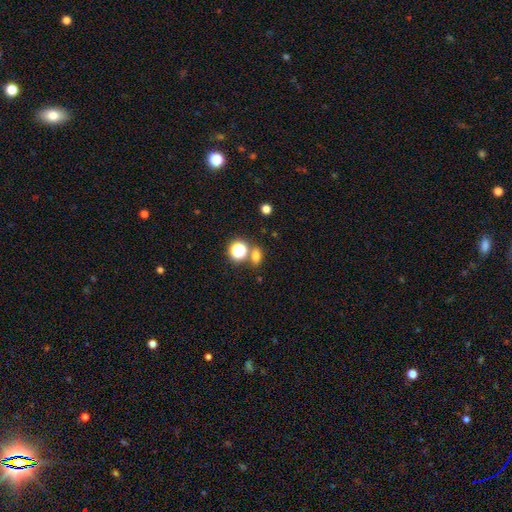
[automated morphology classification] A smooth galaxy with no disk features (70%) that is in between round and cigar-shaped (64%).

Vote fractions:
- Smooth or featured? smooth: 70% / star or artifact: 21% / featured or disk: 9%
- How rounded? in between: 64% / round: 33% / cigar-shaped: 3%
- Merging? none: 68% / merger: 18% / minor disturbance: 10% / major disturbance: 4%